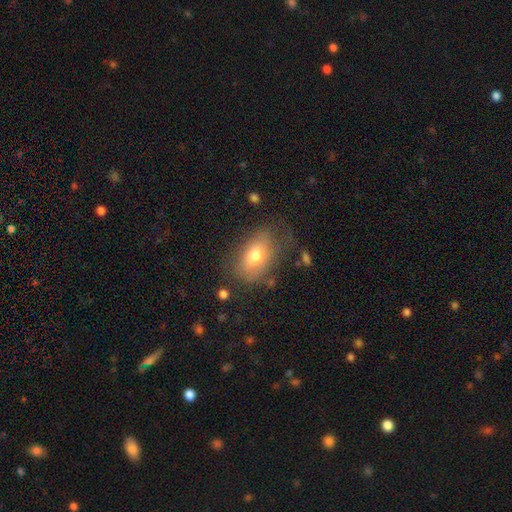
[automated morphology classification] type=smooth (69%); roundness=in between (85%); merging=none (63%).